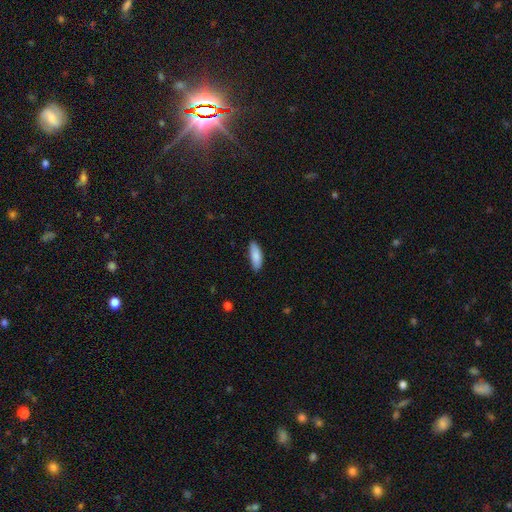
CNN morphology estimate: smooth-or-featured: smooth: 86% | featured or disk: 8% | star or artifact: 6%
  how-rounded: in between: 66% | cigar-shaped: 32% | round: 2%
  merging: none: 83% | minor disturbance: 14% | major disturbance: 2% | merger: 1%